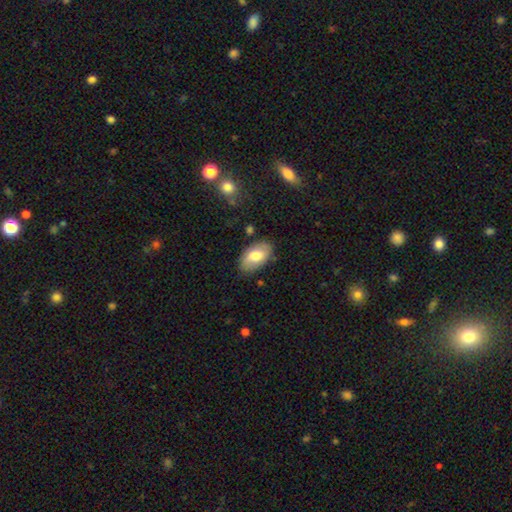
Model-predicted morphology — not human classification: Q: Smooth or featured?
A: smooth (71%); runner-up: featured or disk (22%)
Q: How rounded?
A: in between (93%); runner-up: round (5%)
Q: Merging?
A: none (80%); runner-up: minor disturbance (15%)